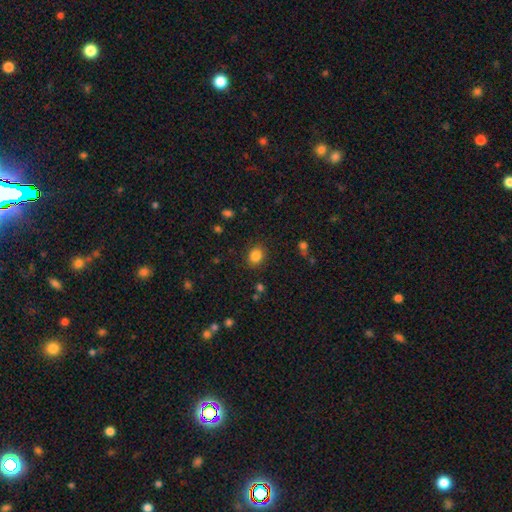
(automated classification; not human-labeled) This is clearly a smooth galaxy (84%). How rounded: likely round (61%). Merging: clearly none (87%).